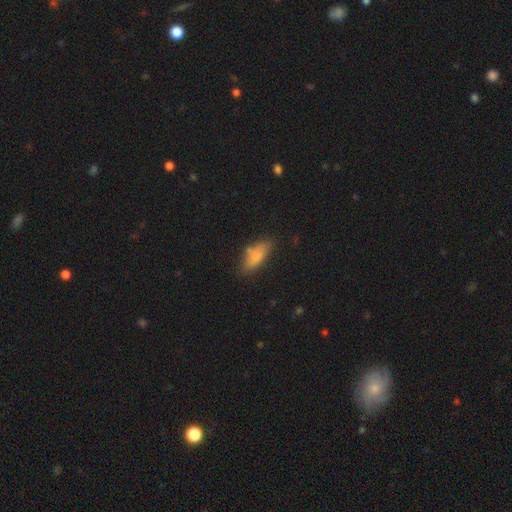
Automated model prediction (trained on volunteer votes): smooth_or_featured: smooth (p=0.78) [alt: featured or disk p=0.13]
how_rounded: in between (p=0.74) [alt: cigar-shaped p=0.23]
merging: none (p=0.63) [alt: minor disturbance p=0.25]